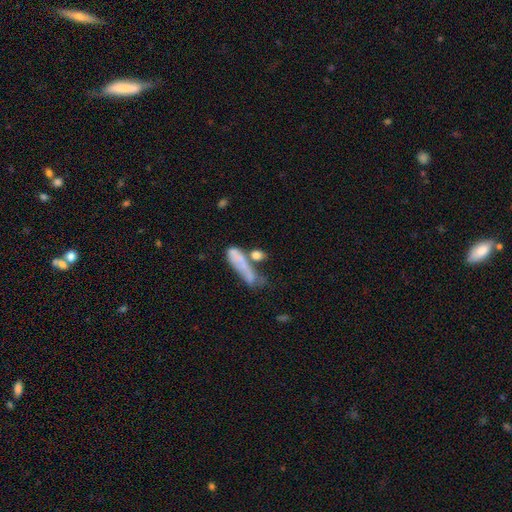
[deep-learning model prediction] Morphology: type=smooth (66%); roundness=in between (44%); merging=merger (39%).